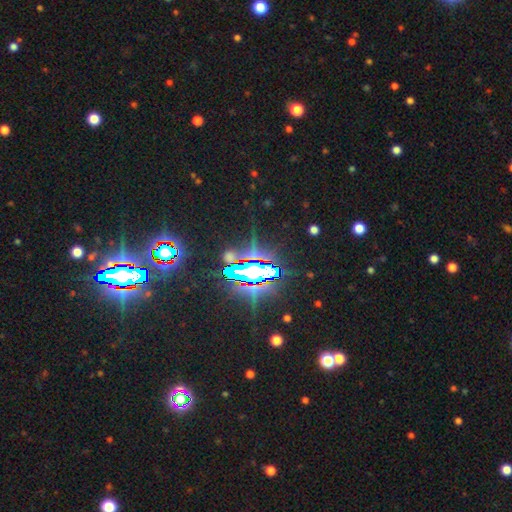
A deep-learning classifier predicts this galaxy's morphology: smooth_or_featured: star or artifact (p=0.86) [alt: smooth p=0.07]